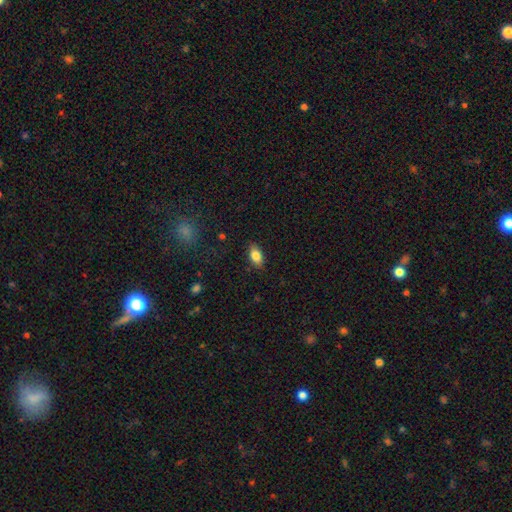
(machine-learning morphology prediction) smooth 83%, featured or disk 9%, star or artifact 8%. Down the decision tree: how rounded — in between (89%); merging — none (86%).